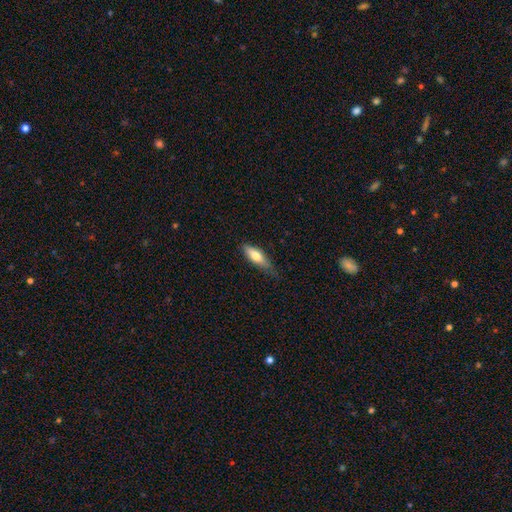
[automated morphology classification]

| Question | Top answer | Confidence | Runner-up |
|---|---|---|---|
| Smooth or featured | smooth | 70% | featured or disk (24%) |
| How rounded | in between | 56% | cigar-shaped (42%) |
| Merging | none | 64% | minor disturbance (29%) |